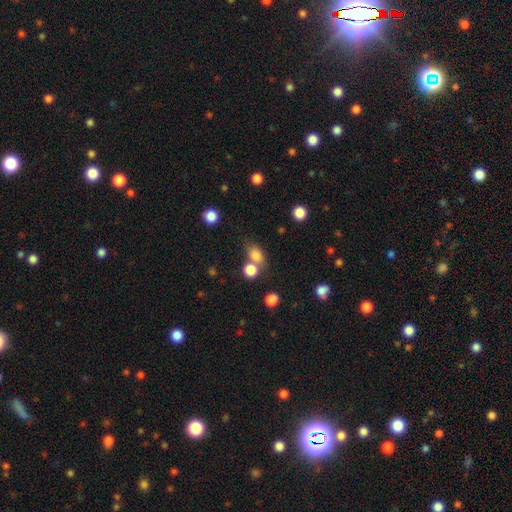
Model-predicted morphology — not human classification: Smooth or featured? smooth (80%)
How rounded? in between (62%)
Merging? none (51%)